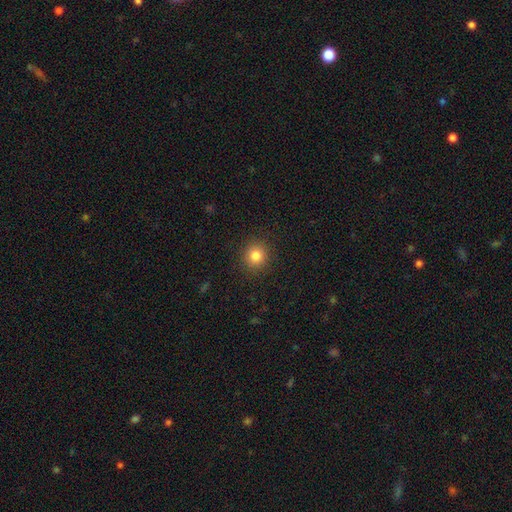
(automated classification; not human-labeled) Smooth or featured?
  - smooth: 83% *
  - star or artifact: 12%
  - featured or disk: 6%
How rounded?
  - round: 90% *
  - in between: 9%
  - cigar-shaped: 1%
Merging?
  - none: 90% *
  - minor disturbance: 6%
  - major disturbance: 2%
  - merger: 1%